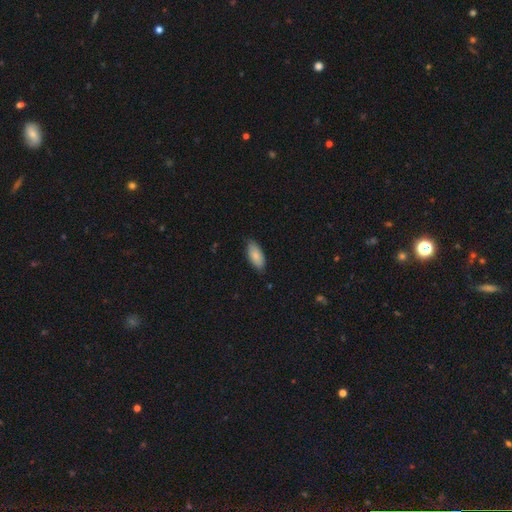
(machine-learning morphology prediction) A smooth galaxy with no disk features (84%) that is in between round and cigar-shaped (87%).

Vote fractions:
- Smooth or featured? smooth: 84% / featured or disk: 10% / star or artifact: 6%
- How rounded? in between: 87% / cigar-shaped: 11% / round: 2%
- Merging? none: 82% / minor disturbance: 15% / major disturbance: 2% / merger: 1%